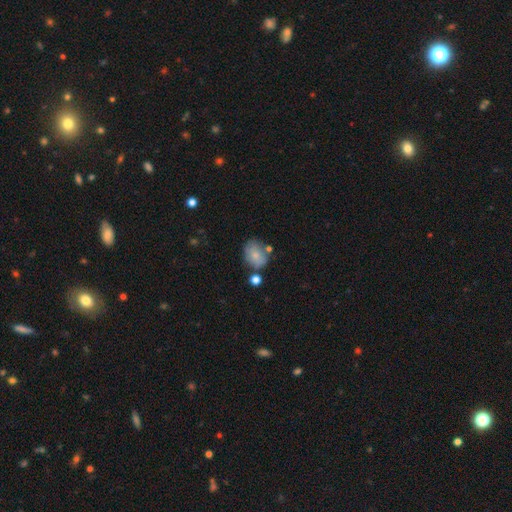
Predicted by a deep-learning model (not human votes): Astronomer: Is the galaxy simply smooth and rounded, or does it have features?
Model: smooth — 77%.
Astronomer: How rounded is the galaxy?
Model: in between — 62% (runner-up: round, 37%).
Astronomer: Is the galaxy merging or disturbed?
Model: none — 57%.